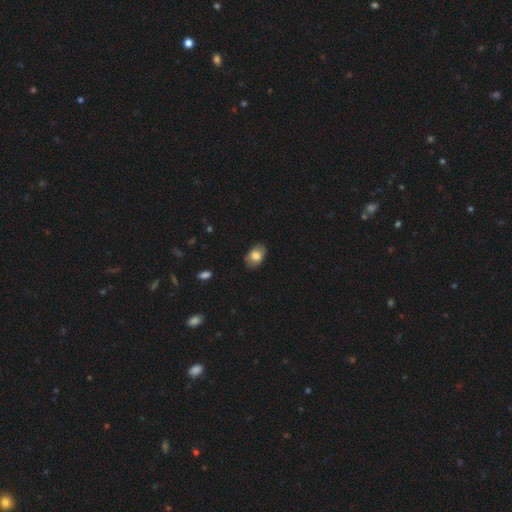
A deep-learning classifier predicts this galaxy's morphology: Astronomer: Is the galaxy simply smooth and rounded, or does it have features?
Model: smooth — 79%.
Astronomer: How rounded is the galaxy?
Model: in between — 85%.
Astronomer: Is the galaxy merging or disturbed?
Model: none — 82%.